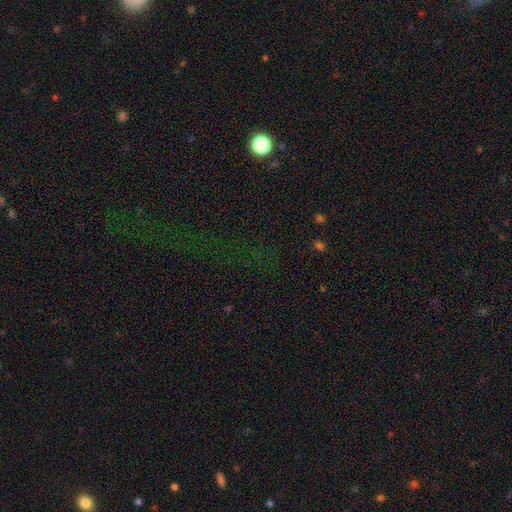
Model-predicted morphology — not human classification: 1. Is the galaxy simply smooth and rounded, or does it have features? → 69% star or artifact, 19% smooth, 12% featured or disk.